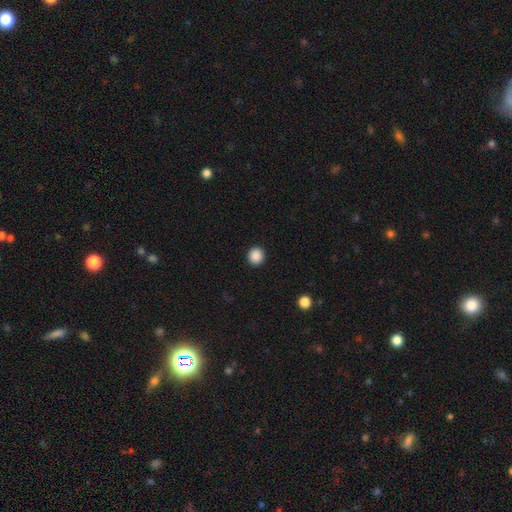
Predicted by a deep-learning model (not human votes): This appears to be a smooth galaxy with no disk features (89%) that is round (91%). Merging: none (93%).